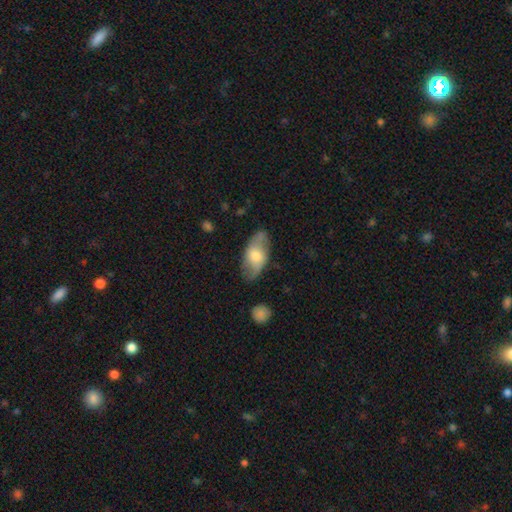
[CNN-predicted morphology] type=smooth (53%); roundness=in between (90%); merging=none (73%).